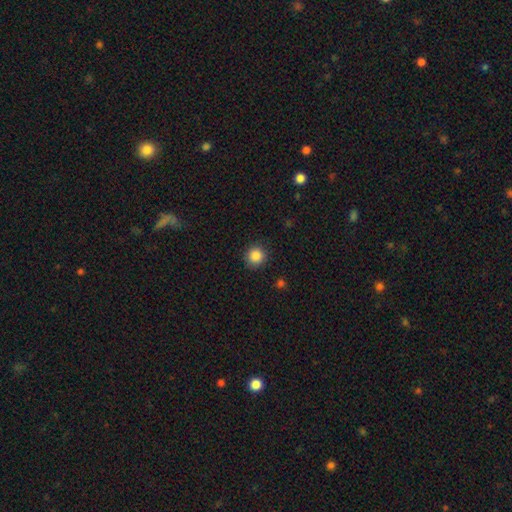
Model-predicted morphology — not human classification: Q: Smooth or featured?
A: smooth (87%); runner-up: star or artifact (10%)
Q: How rounded?
A: round (92%); runner-up: in between (8%)
Q: Merging?
A: none (90%); runner-up: minor disturbance (7%)